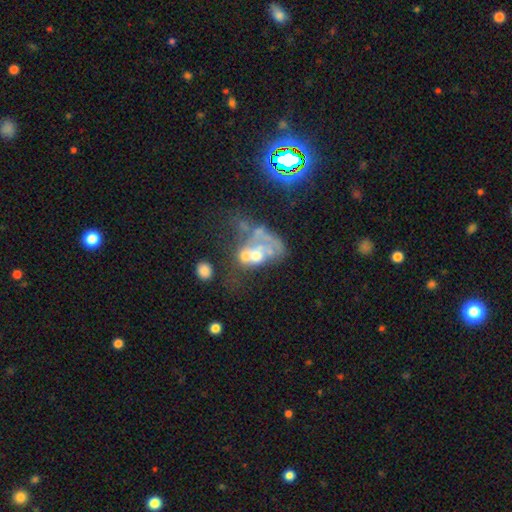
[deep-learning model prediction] Morphology: type=featured or disk (57%); edge-on=no (97%); bar=no (89%); spiral arms=no (84%); bulge=moderate (47%); merging=merger (46%).